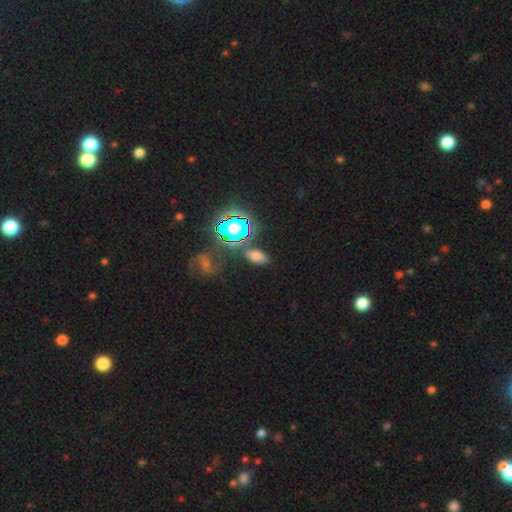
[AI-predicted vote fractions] Q: Smooth or featured?
A: smooth (52%); runner-up: star or artifact (33%)
Q: How rounded?
A: in between (82%); runner-up: round (9%)
Q: Merging?
A: none (74%); runner-up: minor disturbance (14%)